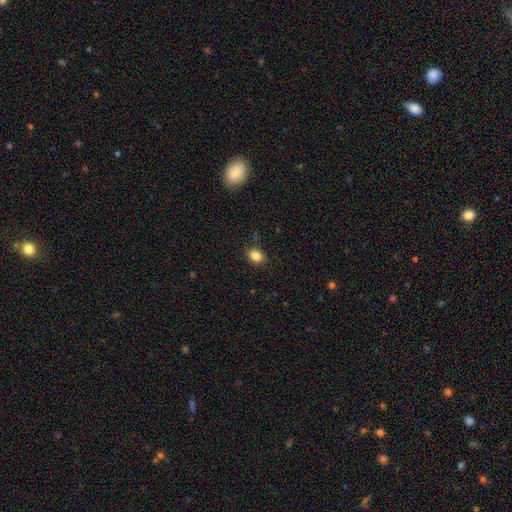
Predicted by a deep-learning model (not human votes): Smooth or featured?
  - smooth: 83% *
  - star or artifact: 10%
  - featured or disk: 6%
How rounded?
  - in between: 68% *
  - round: 30%
  - cigar-shaped: 1%
Merging?
  - none: 81% *
  - minor disturbance: 14%
  - major disturbance: 3%
  - merger: 2%